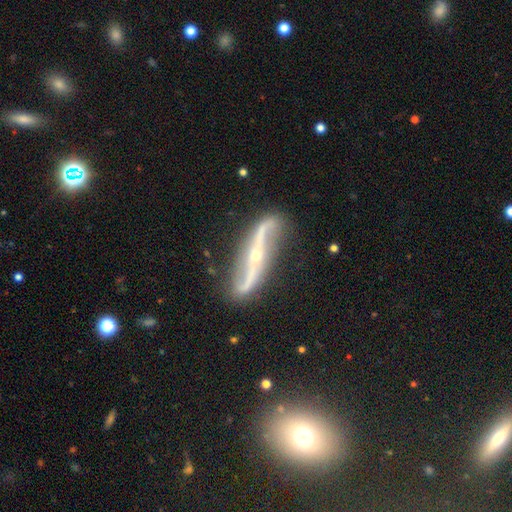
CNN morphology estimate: type=featured or disk (90%); edge-on=no (72%); bar=strong (51%); spiral arms=yes (93%); winding=loose (81%); arm count=2 (94%); bulge=small (75%); merging=none (79%).